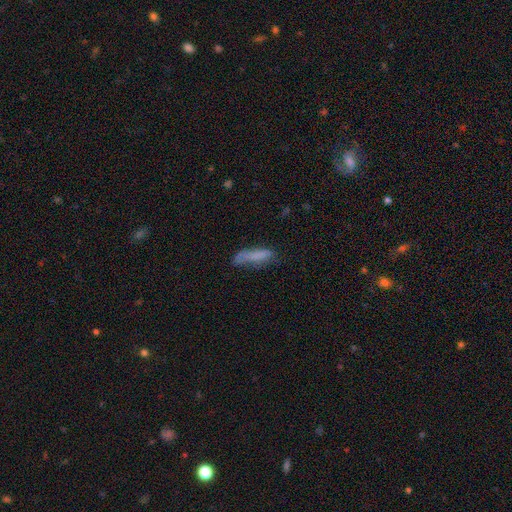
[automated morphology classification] A smooth galaxy with no disk features (71%) that is cigar-shaped (70%).

Vote fractions:
- Smooth or featured? smooth: 71% / featured or disk: 20% / star or artifact: 9%
- How rounded? cigar-shaped: 70% / in between: 29% / round: 2%
- Merging? none: 50% / minor disturbance: 30% / major disturbance: 16% / merger: 4%